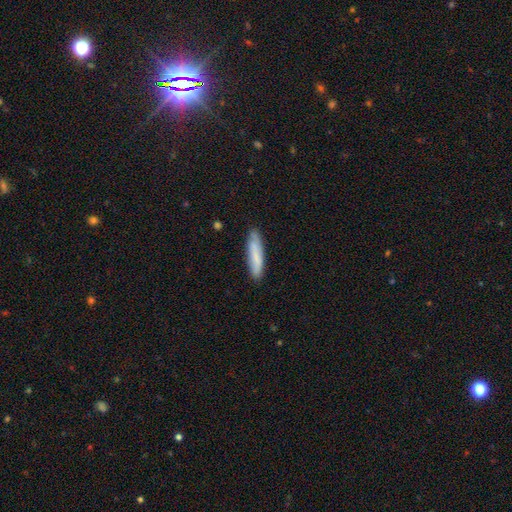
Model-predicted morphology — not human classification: smooth-or-featured: smooth: 77% | featured or disk: 17% | star or artifact: 6%
  how-rounded: cigar-shaped: 79% | in between: 20% | round: 1%
  merging: none: 83% | minor disturbance: 13% | major disturbance: 2% | merger: 1%